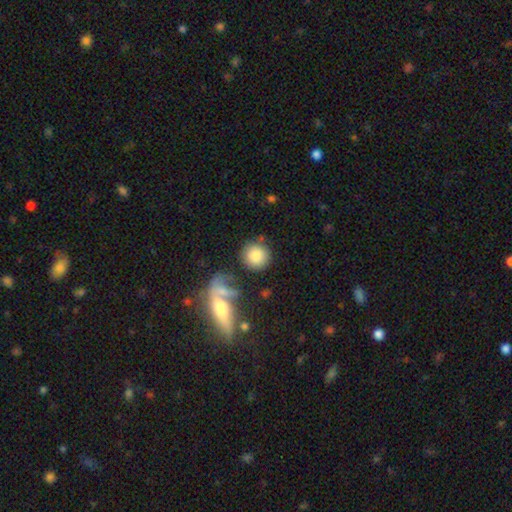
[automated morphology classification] Smooth or featured: smooth — 83% (featured or disk — 10%)
How rounded: round — 89% (in between — 9%)
Merging: none — 71% (merger — 13%)